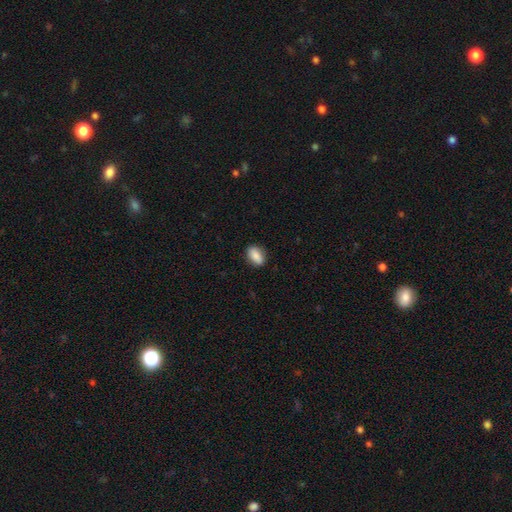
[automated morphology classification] A smooth galaxy with no disk features (86%) that is in between round and cigar-shaped (85%). Merging: none (85%).